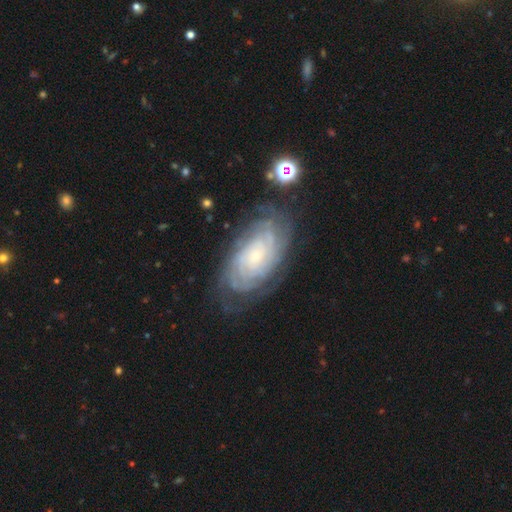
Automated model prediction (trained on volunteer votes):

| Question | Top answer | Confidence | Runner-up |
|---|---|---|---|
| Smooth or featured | featured or disk | 81% | smooth (12%) |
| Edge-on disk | no | 95% | yes (5%) |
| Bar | no | 74% | weak (21%) |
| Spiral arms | yes | 95% | no (5%) |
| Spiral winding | tight | 78% | medium (18%) |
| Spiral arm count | can't tell | 48% | 4 (14%) |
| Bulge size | small | 66% | moderate (23%) |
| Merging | none | 72% | minor disturbance (18%) |